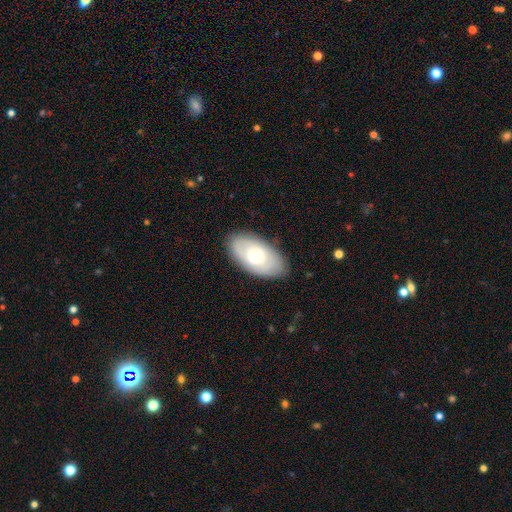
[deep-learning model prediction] Smooth or featured? smooth (54%)
How rounded? in between (94%)
Merging? none (84%)